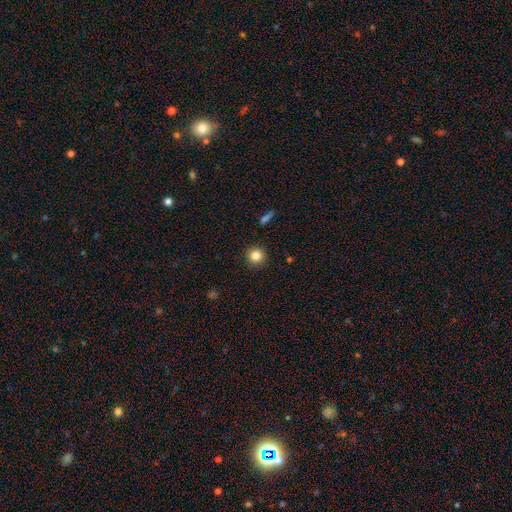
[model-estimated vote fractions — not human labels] Morphology: type=smooth (83%); roundness=round (94%); merging=none (91%).